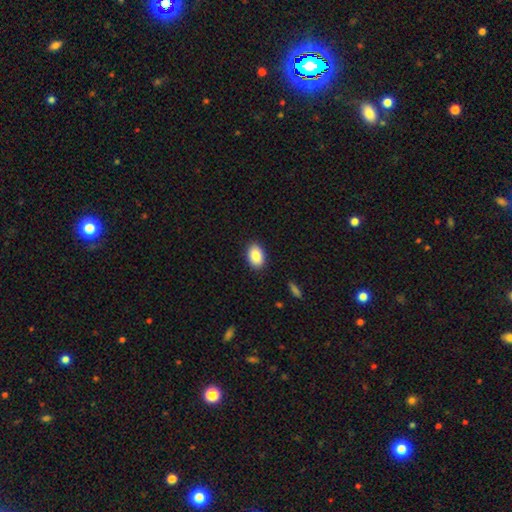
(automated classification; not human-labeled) A smooth galaxy with no disk features (87%) that is in between round and cigar-shaped (87%). Merging: none (89%).